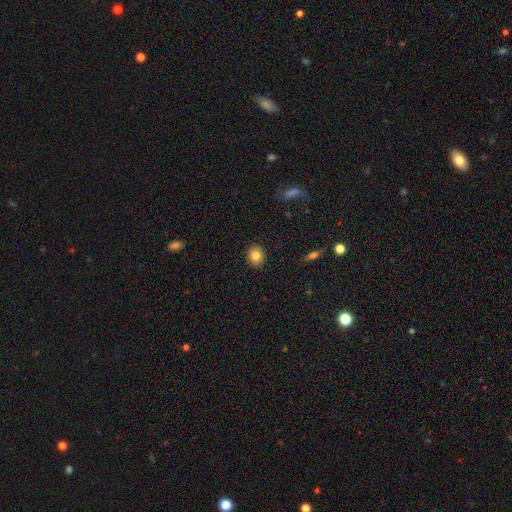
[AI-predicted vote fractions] This is clearly a smooth galaxy (82%). How rounded: likely round (71%). Merging: clearly none (91%).